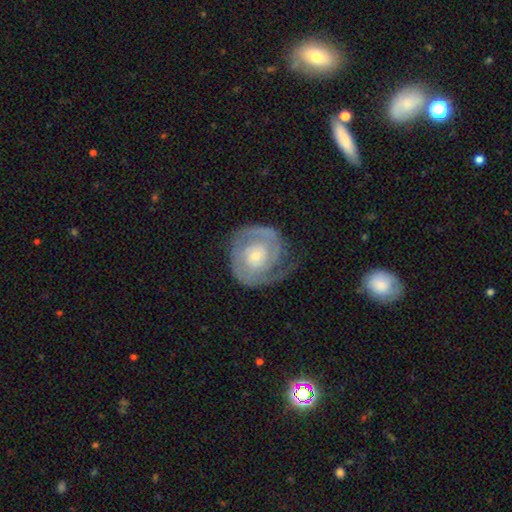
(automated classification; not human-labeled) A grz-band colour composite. It shows a featured or disk galaxy (87%) with no bar (70%), 2 (73%) tight (69%) spiral arms (96%) and a small central bulge (56%). Merging: none (74%).